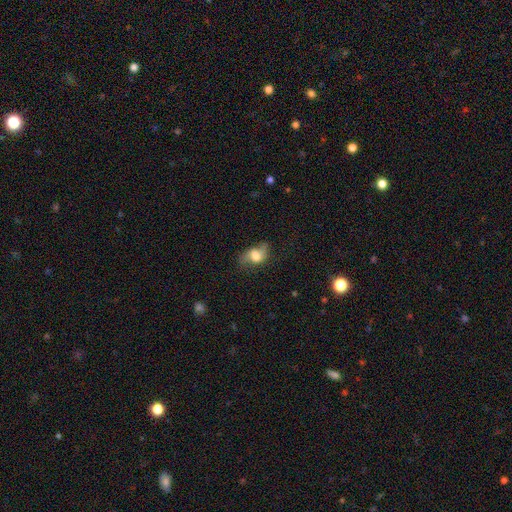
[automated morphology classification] Overall: smooth (60%; featured or disk 30%). How rounded: in between (78%). Merging: none (44%; minor disturbance 30%).